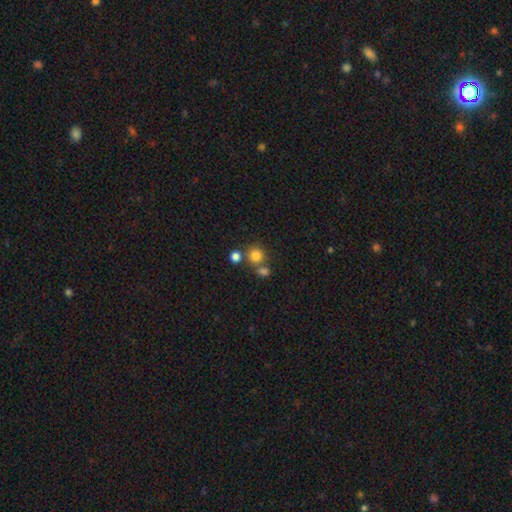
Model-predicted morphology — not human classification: A smooth galaxy with no disk features (79%) that is round (89%). Merging: none (63%).